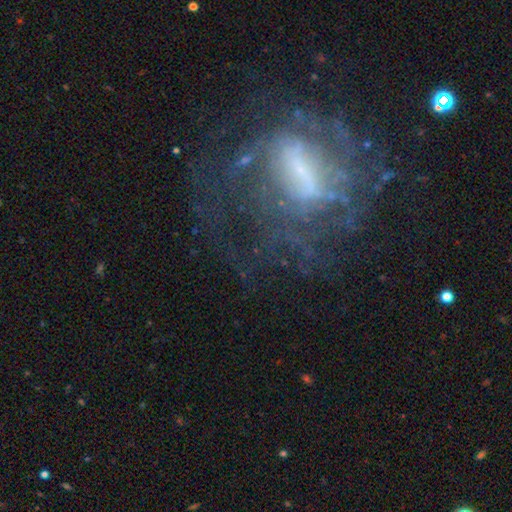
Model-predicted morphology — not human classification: type=featured or disk (71%); edge-on=no (93%); bar=strong (40%); spiral arms=yes (62%); bulge=small (42%); merging=none (49%).